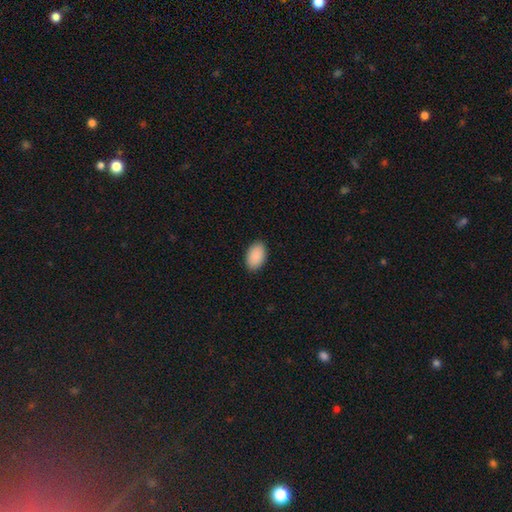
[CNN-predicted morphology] Overall: smooth (91%). How rounded: in between (94%). Merging: none (90%).